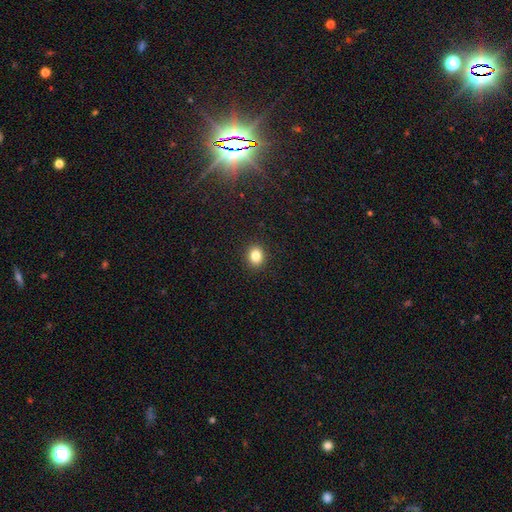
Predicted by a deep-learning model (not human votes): Morphology: type=smooth (84%); roundness=round (65%); merging=none (91%).